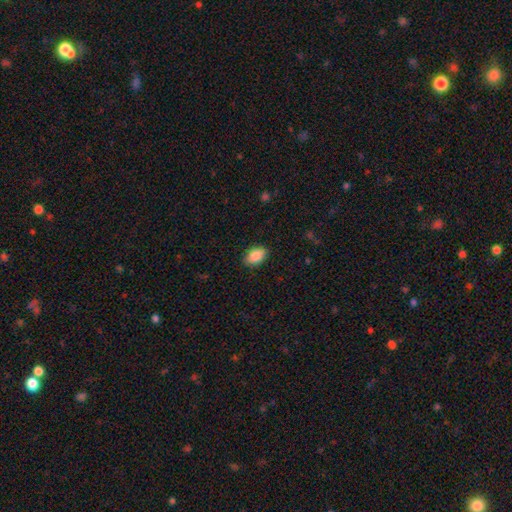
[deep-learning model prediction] Q: Smooth or featured?
A: smooth (89%); runner-up: star or artifact (7%)
Q: How rounded?
A: in between (91%); runner-up: round (8%)
Q: Merging?
A: none (87%); runner-up: minor disturbance (10%)